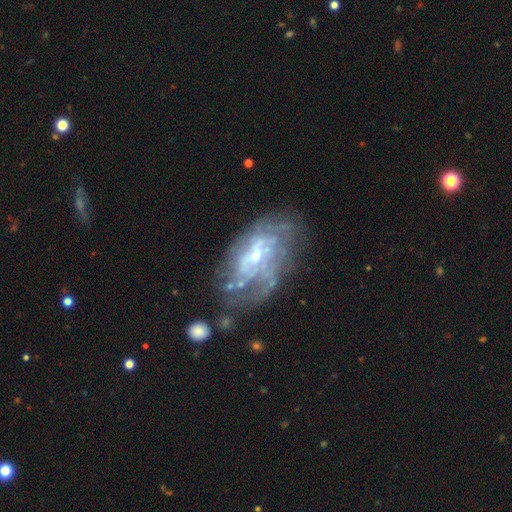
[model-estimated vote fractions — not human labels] smooth-or-featured: featured or disk: 78% | smooth: 14% | star or artifact: 8%
  disk-edge-on: no: 96% | yes: 4%
    bar: no: 59% | weak: 34% | strong: 7%
    has-spiral-arms: yes: 66% | no: 34%
    bulge-size: small: 57% | moderate: 32% | none: 8% | large: 2% | dominant: 1%
  merging: none: 53% | minor disturbance: 22% | major disturbance: 20% | merger: 5%